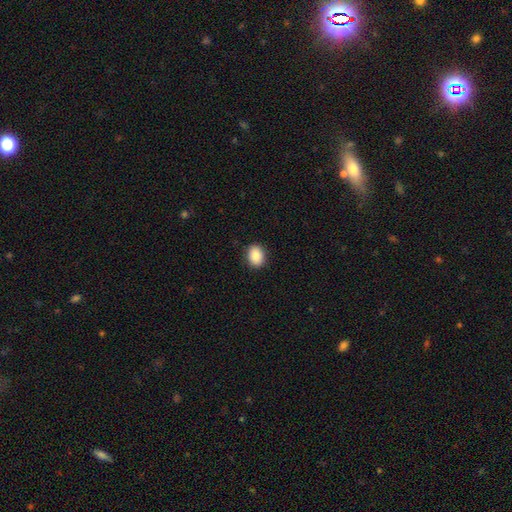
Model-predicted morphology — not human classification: Smooth or featured: smooth — 88% (star or artifact — 8%)
How rounded: in between — 57% (round — 42%)
Merging: none — 90% (minor disturbance — 7%)